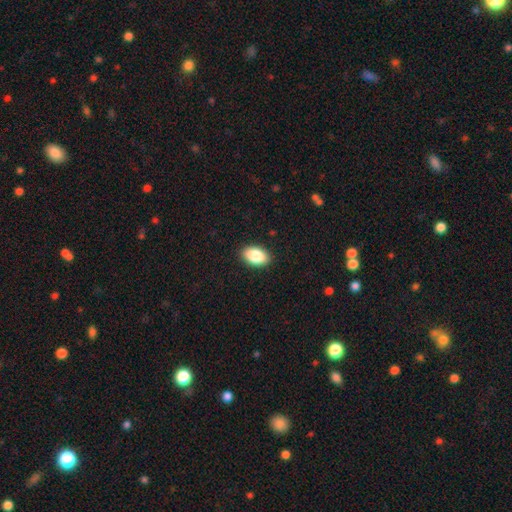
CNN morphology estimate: Smooth or featured? smooth (86%)
How rounded? in between (92%)
Merging? none (90%)